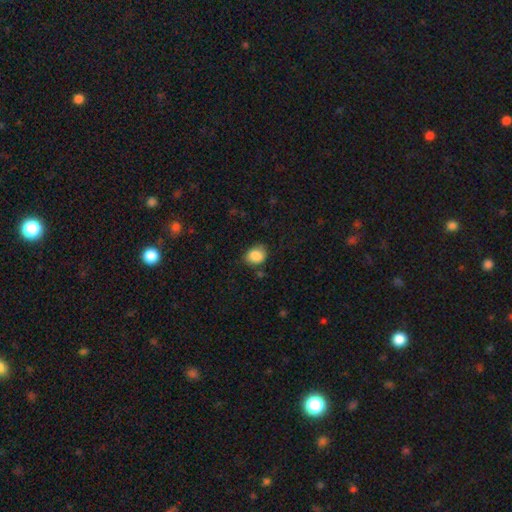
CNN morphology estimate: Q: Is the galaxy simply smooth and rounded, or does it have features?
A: smooth — 86%.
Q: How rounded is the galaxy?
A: round — 51%.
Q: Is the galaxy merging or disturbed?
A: none — 70%.